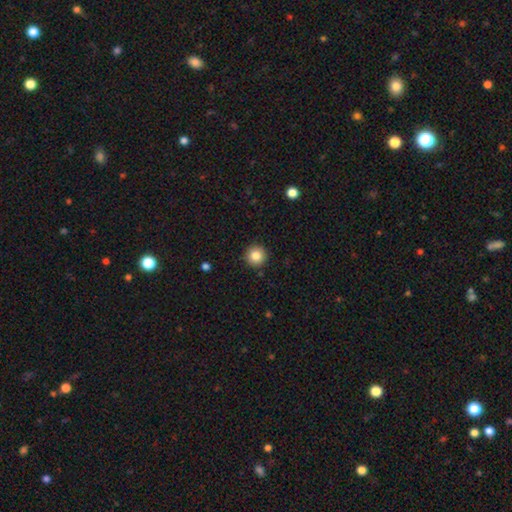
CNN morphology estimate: type=smooth (84%); roundness=round (96%); merging=none (92%).